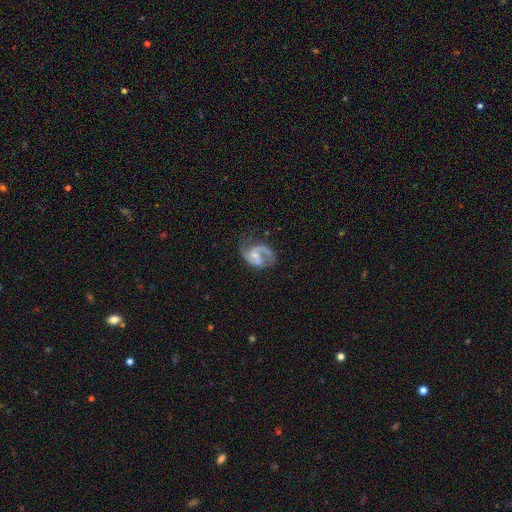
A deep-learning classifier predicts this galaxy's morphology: Q: Smooth or featured?
A: featured or disk (86%); runner-up: smooth (9%)
Q: Edge-on disk?
A: no (98%); runner-up: yes (2%)
Q: Bar?
A: no (47%); runner-up: weak (44%)
Q: Spiral arms?
A: yes (96%); runner-up: no (4%)
Q: Spiral winding?
A: medium (55%); runner-up: loose (27%)
Q: Spiral arm count?
A: 2 (79%); runner-up: 1 (14%)
Q: Bulge size?
A: small (52%); runner-up: moderate (34%)
Q: Merging?
A: none (58%); runner-up: minor disturbance (21%)